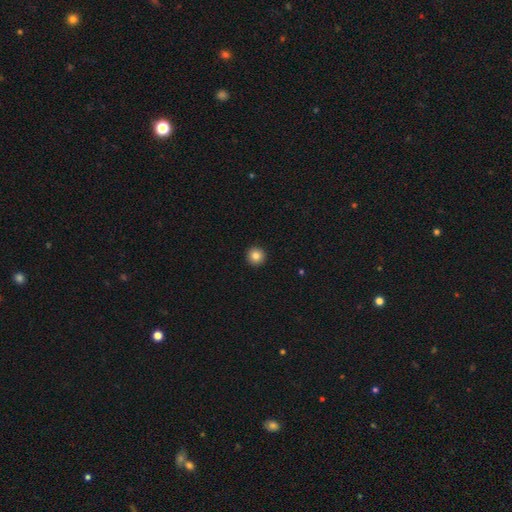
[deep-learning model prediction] Smooth or featured: smooth — 85% (star or artifact — 10%)
How rounded: round — 96% (in between — 3%)
Merging: none — 94% (minor disturbance — 4%)